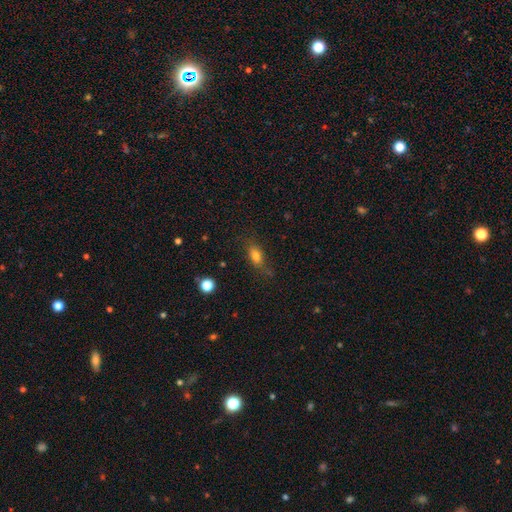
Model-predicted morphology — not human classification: A smooth galaxy with no disk features (77%) that is in between round and cigar-shaped (79%). Merging: none (68%).